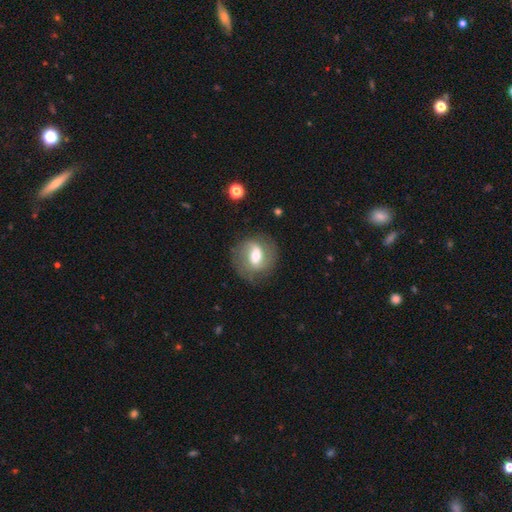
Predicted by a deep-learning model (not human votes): This is likely a featured or disk galaxy (68%). It is clearly not viewed edge-on (95%). Bar: possibly weak (46%). Spiral arm pattern: clearly yes (83%). Spiral arm count: likely 2 (75%). Spiral winding: marginally medium (44%). Central bulge: likely moderate (67%). Merging: likely none (74%).